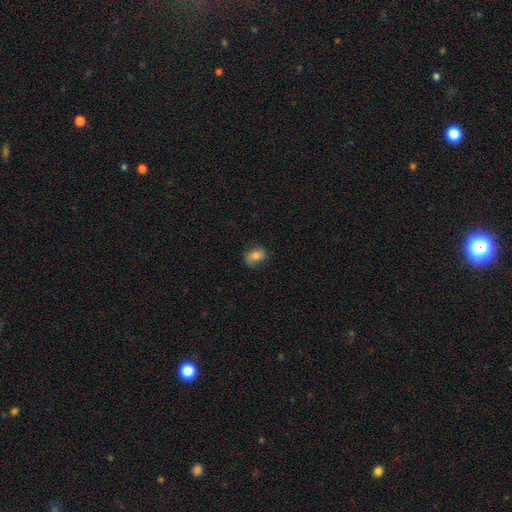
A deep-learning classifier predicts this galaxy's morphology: smooth_or_featured: smooth (p=0.73) [alt: featured or disk p=0.17]
how_rounded: in between (p=0.67) [alt: round p=0.31]
merging: none (p=0.73) [alt: minor disturbance p=0.21]